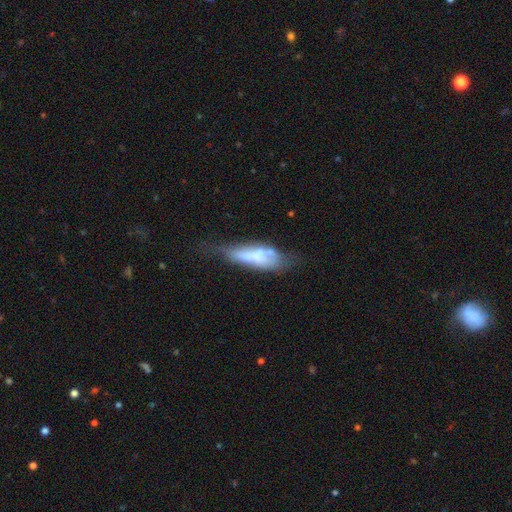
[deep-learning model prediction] Smooth or featured? smooth (50%)
Merging? minor disturbance (29%, tied with none)